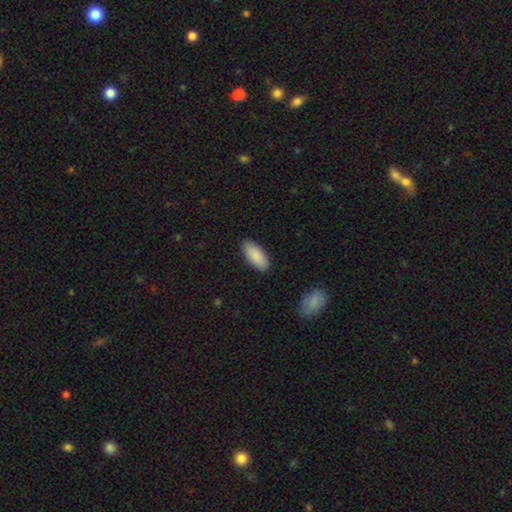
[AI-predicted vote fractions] Morphology: type=smooth (90%); roundness=in between (87%); merging=none (88%).